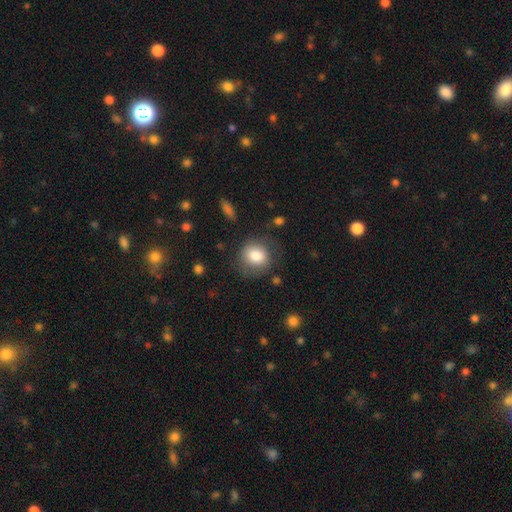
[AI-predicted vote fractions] smooth-or-featured: smooth: 82% | featured or disk: 10% | star or artifact: 8%
  how-rounded: round: 79% | in between: 20% | cigar-shaped: 1%
  merging: none: 72% | minor disturbance: 17% | major disturbance: 9% | merger: 2%